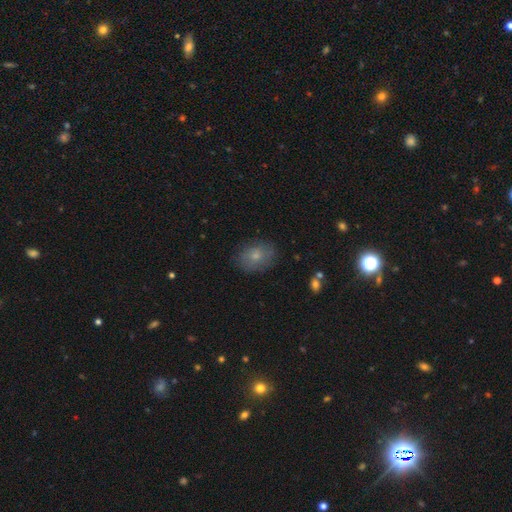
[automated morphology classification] A smooth galaxy with no disk features (74%) that is in between round and cigar-shaped (69%). Merging: none (79%).